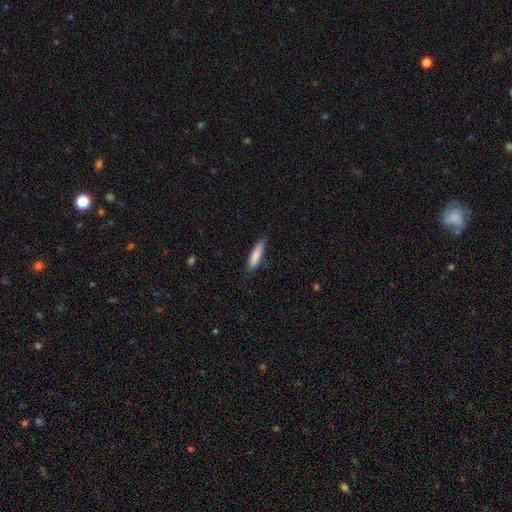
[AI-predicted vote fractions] Smooth or featured?
  - smooth: 82% *
  - featured or disk: 12%
  - star or artifact: 6%
How rounded?
  - cigar-shaped: 76% *
  - in between: 22%
  - round: 1%
Merging?
  - none: 76% *
  - minor disturbance: 20%
  - major disturbance: 3%
  - merger: 1%